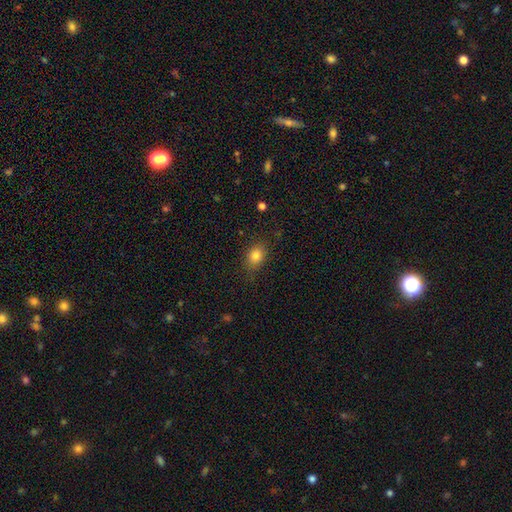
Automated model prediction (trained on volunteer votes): smooth_or_featured: smooth (p=0.82) [alt: star or artifact p=0.11]
how_rounded: in between (p=0.66) [alt: round p=0.32]
merging: none (p=0.82) [alt: minor disturbance p=0.13]